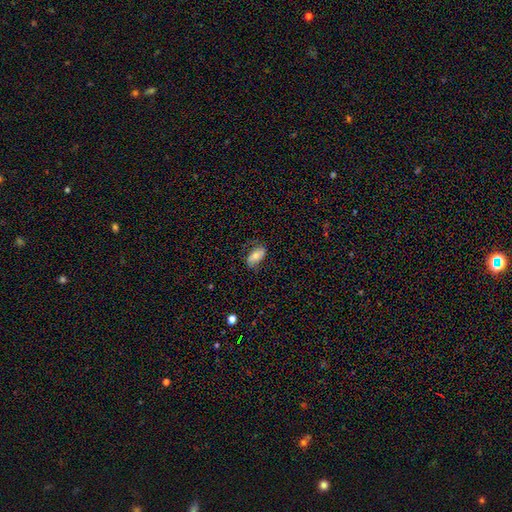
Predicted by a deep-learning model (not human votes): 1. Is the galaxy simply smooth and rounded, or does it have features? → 63% smooth, 29% featured or disk, 8% star or artifact.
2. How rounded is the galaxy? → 90% in between, 5% cigar-shaped, 5% round.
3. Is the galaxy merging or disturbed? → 72% none, 21% minor disturbance, 7% major disturbance, 1% merger.